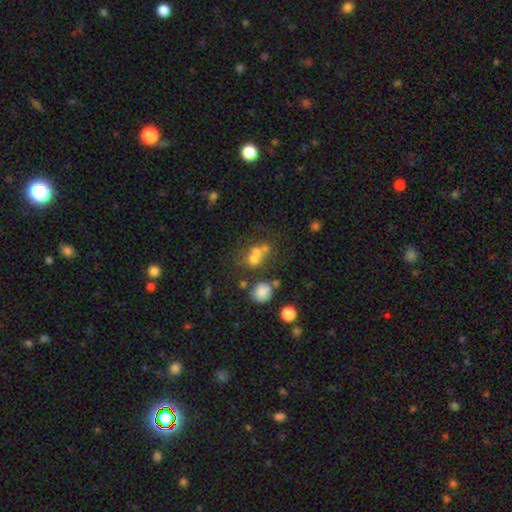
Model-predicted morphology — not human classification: Smooth or featured? Predicted: smooth (p=0.59). How rounded? Predicted: round (p=0.74). Merging? Predicted: merger (p=0.51).